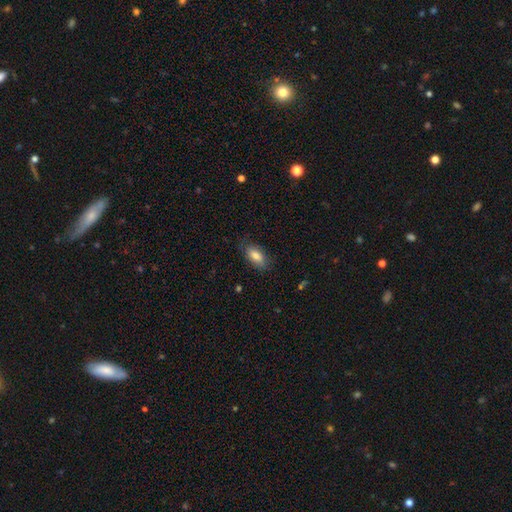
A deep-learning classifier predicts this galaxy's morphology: smooth 81%, featured or disk 12%, star or artifact 7%. Down the decision tree: how rounded — in between (89%); merging — none (78%).